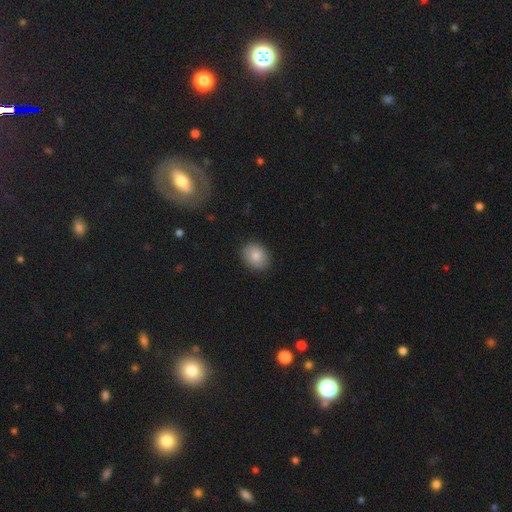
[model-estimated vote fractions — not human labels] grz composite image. It shows a smooth galaxy with no disk features (83%) that is in between round and cigar-shaped (50%). Merging: none (88%).